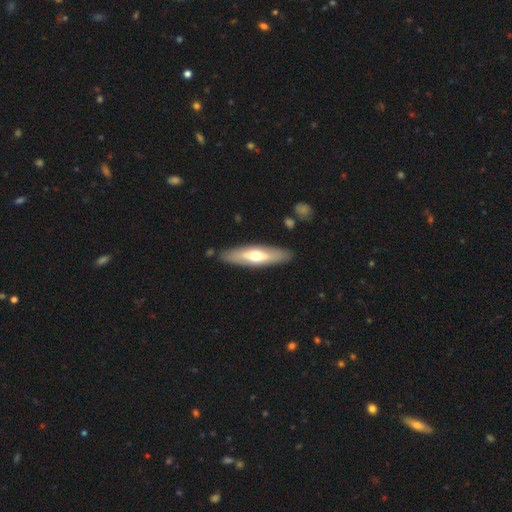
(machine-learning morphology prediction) Q: Smooth or featured?
A: featured or disk (48%); runner-up: smooth (47%)
Q: Merging?
A: none (87%); runner-up: minor disturbance (9%)